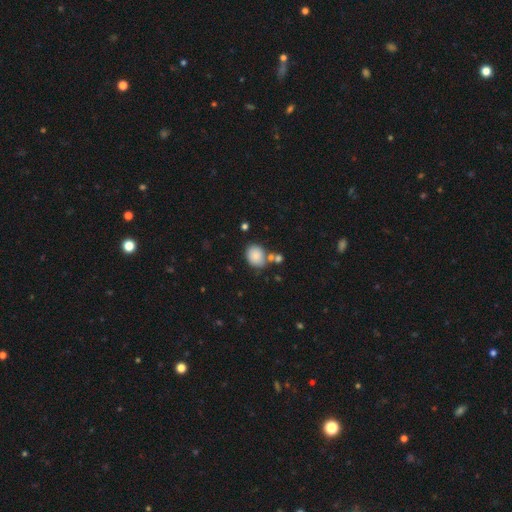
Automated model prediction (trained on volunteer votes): Smooth or featured: smooth — 86% (star or artifact — 9%)
How rounded: in between — 51% (round — 48%)
Merging: none — 66% (minor disturbance — 15%)